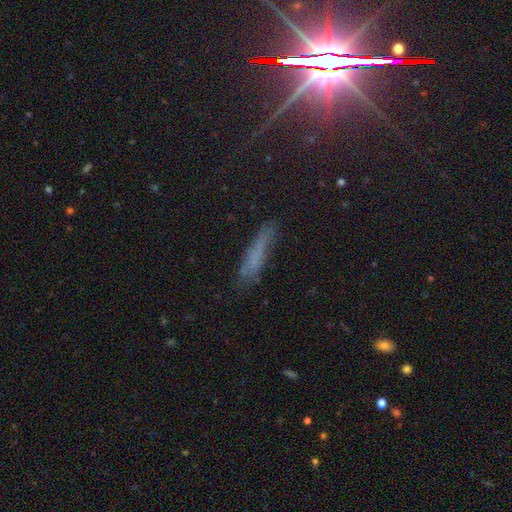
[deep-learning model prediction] This appears to be a smooth galaxy with no disk features (53%) that is cigar-shaped (83%). Merging: none (67%).